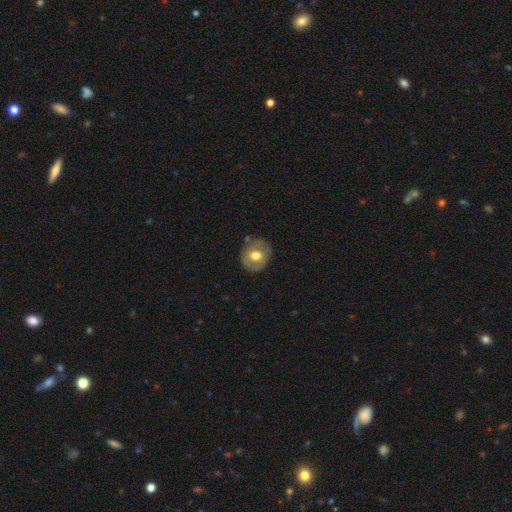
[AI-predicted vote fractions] The model was most divided on "smooth or featured": smooth: 57%, featured or disk: 36%, star or artifact: 7%. More confident: how rounded — round (82%); merging — none (79%).